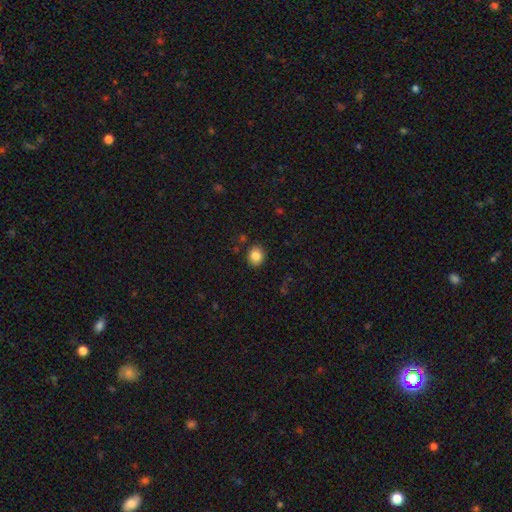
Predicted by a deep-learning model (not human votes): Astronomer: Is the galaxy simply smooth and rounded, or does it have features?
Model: smooth — 84%.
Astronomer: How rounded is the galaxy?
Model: round — 66%.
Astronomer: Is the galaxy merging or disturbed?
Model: none — 88%.